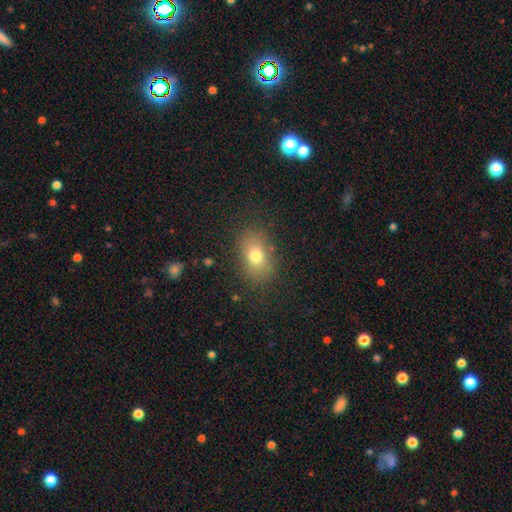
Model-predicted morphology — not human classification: This appears to be a smooth galaxy with no disk features (76%) that is in between round and cigar-shaped (78%). Merging: none (83%).